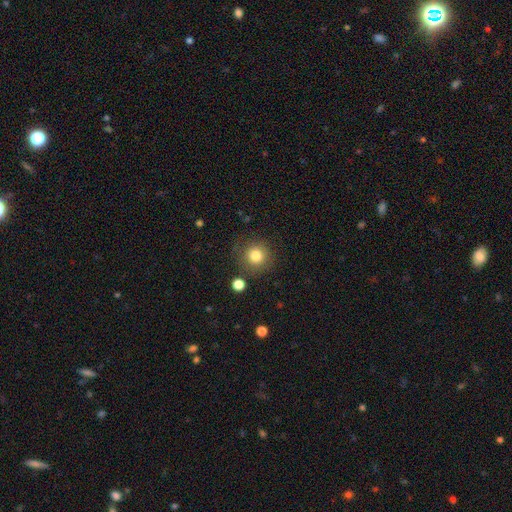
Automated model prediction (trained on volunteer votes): The model was most divided on "smooth or featured": smooth: 80%, star or artifact: 12%, featured or disk: 8%. More confident: how rounded — round (93%); merging — none (82%).